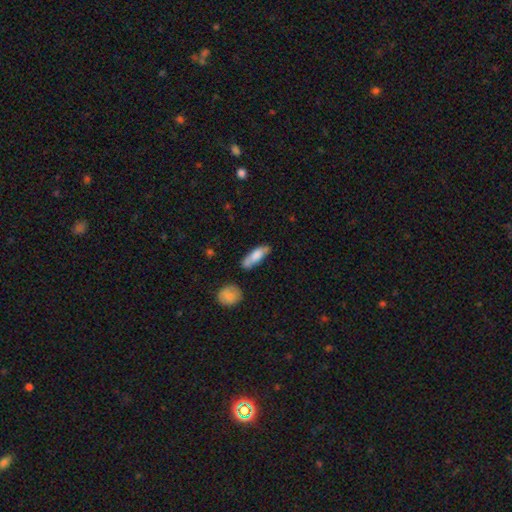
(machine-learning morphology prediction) type=smooth (73%); roundness=in between (54%); merging=none (64%).